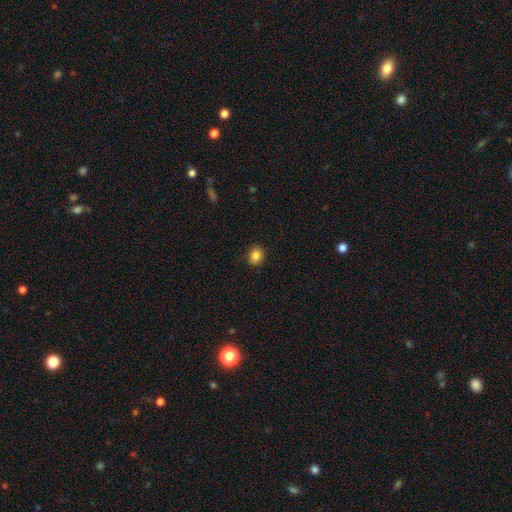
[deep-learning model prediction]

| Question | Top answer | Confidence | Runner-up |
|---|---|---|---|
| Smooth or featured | smooth | 86% | star or artifact (10%) |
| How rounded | round | 59% | in between (40%) |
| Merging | none | 89% | minor disturbance (8%) |